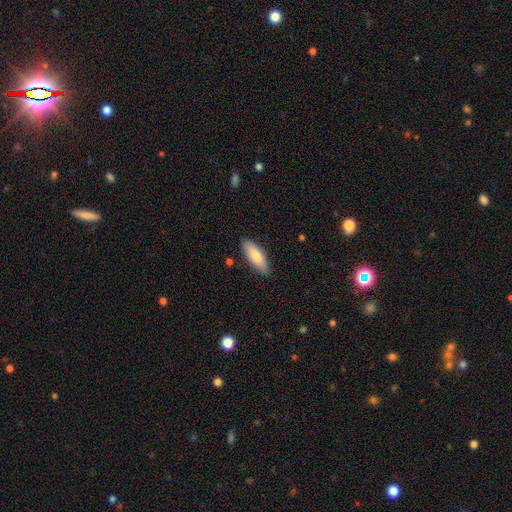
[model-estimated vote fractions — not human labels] smooth_or_featured: smooth (p=0.82) [alt: featured or disk p=0.12]
how_rounded: in between (p=0.63) [alt: cigar-shaped p=0.35]
merging: none (p=0.86) [alt: minor disturbance p=0.10]